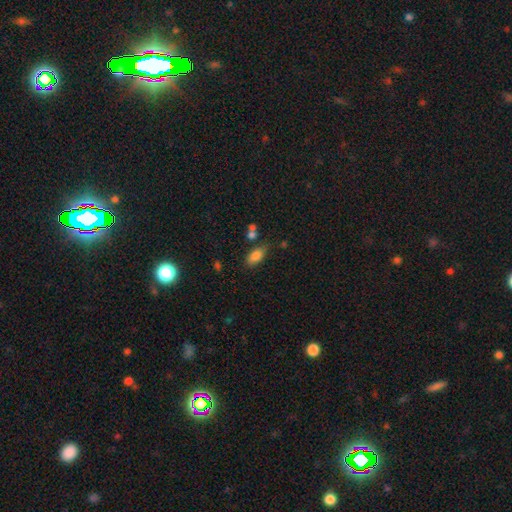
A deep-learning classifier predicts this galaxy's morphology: Smooth or featured? smooth (83%)
How rounded? in between (89%)
Merging? none (68%)